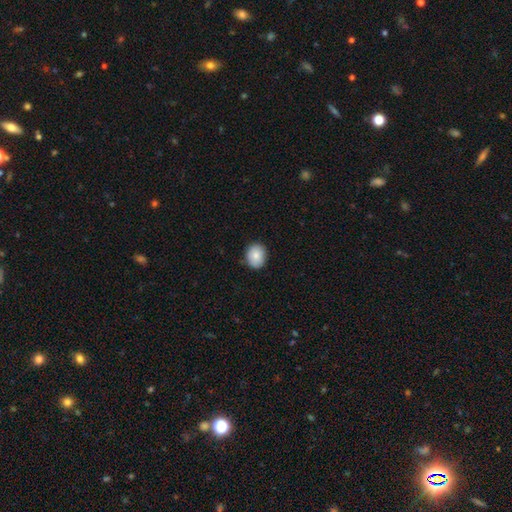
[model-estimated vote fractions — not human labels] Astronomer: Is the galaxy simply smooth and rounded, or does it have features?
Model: smooth — 84%.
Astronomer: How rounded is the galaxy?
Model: round — 58% (runner-up: in between, 41%).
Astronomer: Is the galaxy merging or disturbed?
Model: none — 82%.